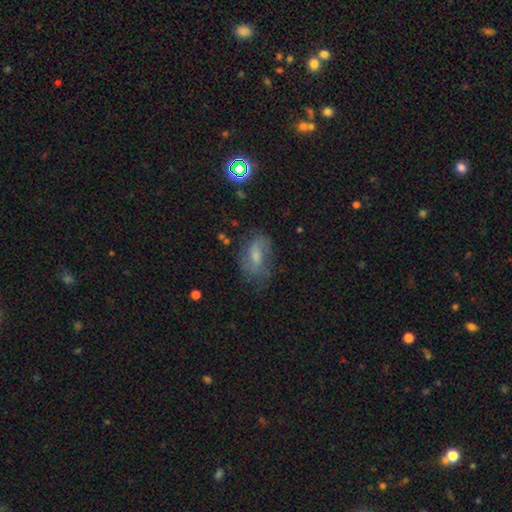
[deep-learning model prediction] Morphology: type=featured or disk (47%); merging=none (61%).